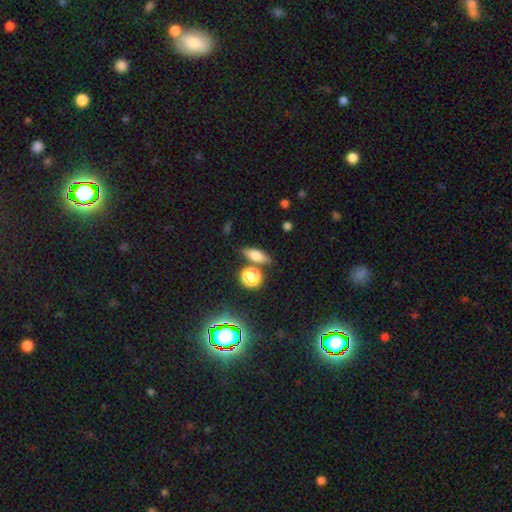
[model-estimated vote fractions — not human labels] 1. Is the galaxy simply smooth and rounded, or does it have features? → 68% smooth, 18% featured or disk, 14% star or artifact.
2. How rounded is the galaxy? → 56% in between, 31% cigar-shaped, 13% round.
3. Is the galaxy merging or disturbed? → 74% none, 12% minor disturbance, 10% merger, 4% major disturbance.